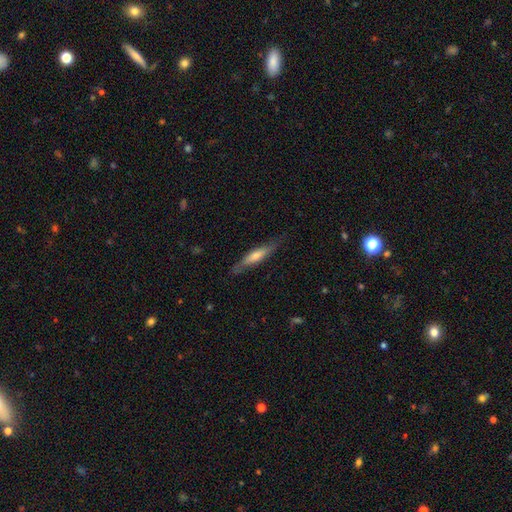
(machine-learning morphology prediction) type=featured or disk (49%); merging=none (79%).